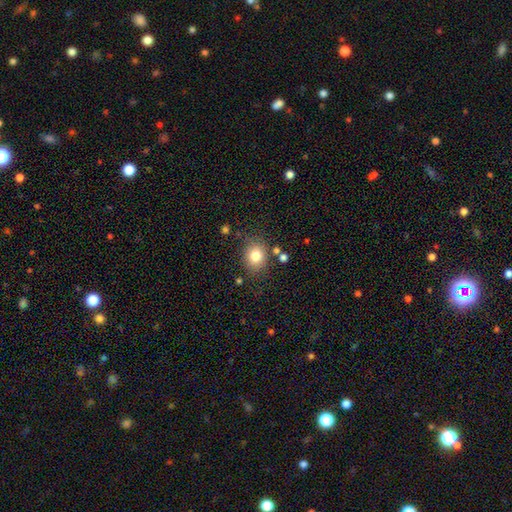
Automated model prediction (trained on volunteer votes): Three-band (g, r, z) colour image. It shows a smooth galaxy with no disk features (80%) that is round (58%). Merging: none (80%).